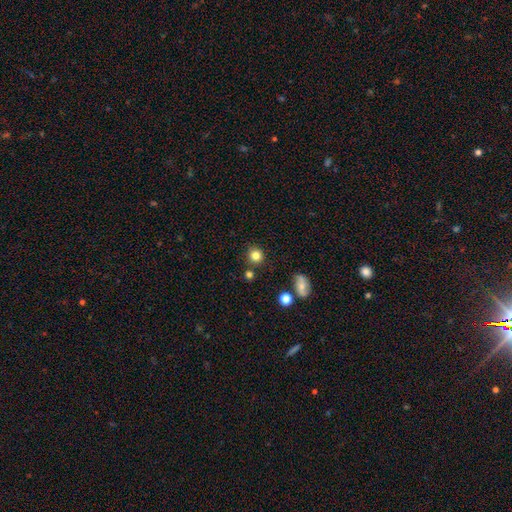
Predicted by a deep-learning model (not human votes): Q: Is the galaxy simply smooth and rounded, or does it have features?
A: smooth — 82%.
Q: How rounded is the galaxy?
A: round — 90%.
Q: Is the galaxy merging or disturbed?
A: none — 83%.